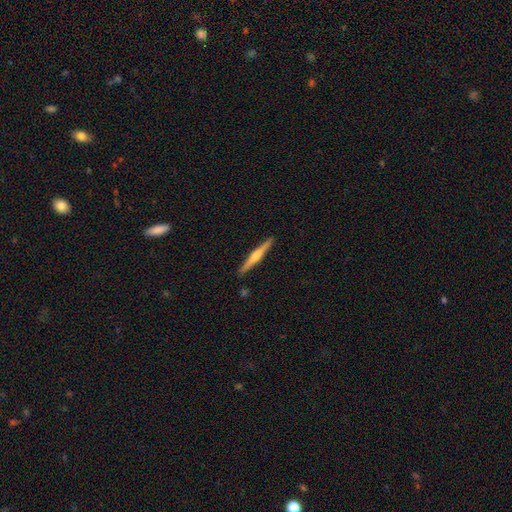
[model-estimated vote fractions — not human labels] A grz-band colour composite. It shows a featured or disk galaxy (66%) viewed edge-on (98%) with a rounded central bulge (69%). Merging: none (91%).